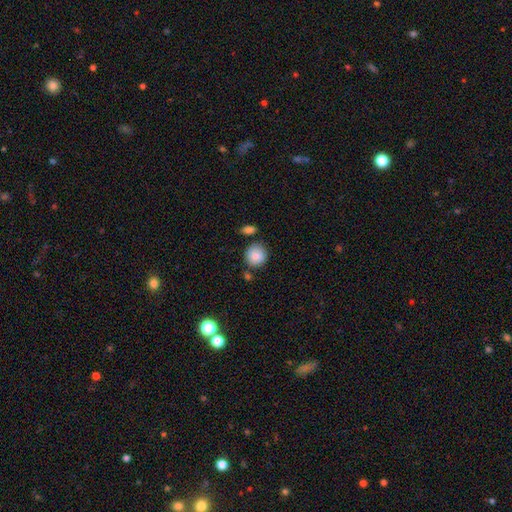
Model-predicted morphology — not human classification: type=smooth (86%); roundness=round (89%); merging=none (76%).